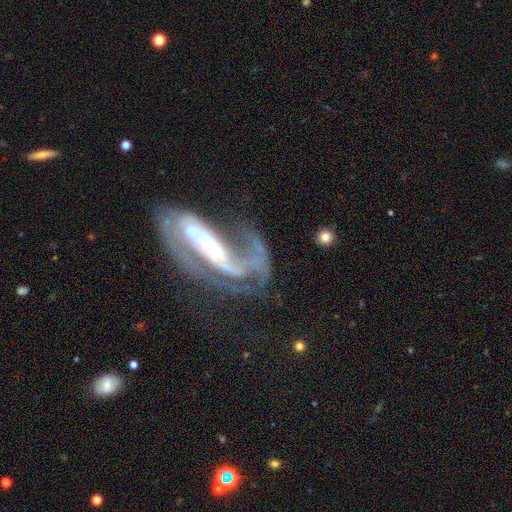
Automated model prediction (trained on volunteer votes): The model was most divided on "spiral winding": medium: 42%, loose: 36%, tight: 22%. Remaining: edge-on disk — no (91%); spiral arms — yes (90%); smooth or featured — featured or disk (84%); spiral arm count — 2 (59%); bulge size — small (53%); bar — strong (43%); merging — major disturbance (41%).